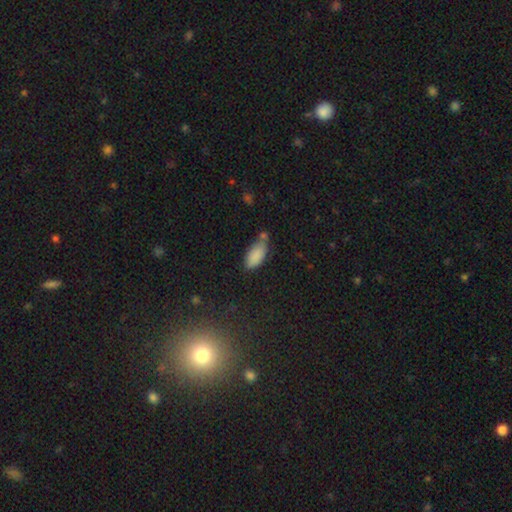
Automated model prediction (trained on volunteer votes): smooth-or-featured: smooth: 87% | star or artifact: 8% | featured or disk: 5%
  how-rounded: in between: 90% | cigar-shaped: 8% | round: 2%
  merging: none: 50% | minor disturbance: 27% | merger: 17% | major disturbance: 7%